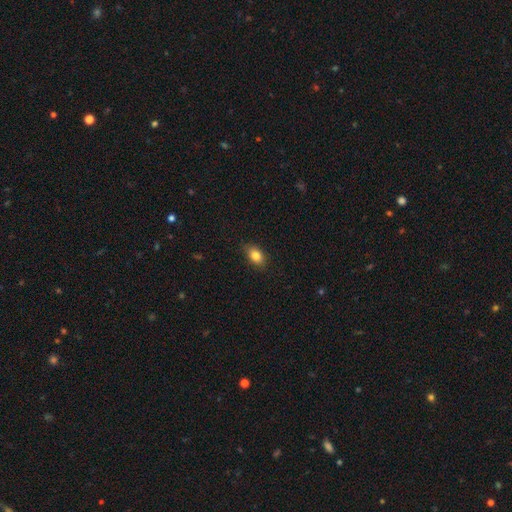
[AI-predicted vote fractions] smooth 83%, star or artifact 9%, featured or disk 8%. Down the decision tree: how rounded — in between (82%); merging — none (84%).